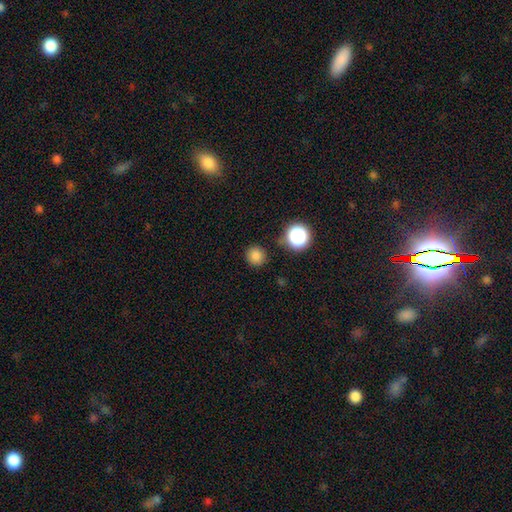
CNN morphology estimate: Smooth or featured? smooth (81%)
How rounded? round (93%)
Merging? none (86%)